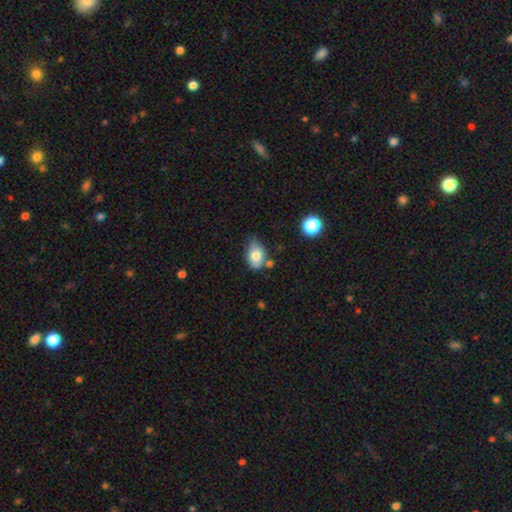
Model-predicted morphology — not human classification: Overall: smooth (78%). How rounded: in between (83%). Merging: none (54%; minor disturbance 30%).